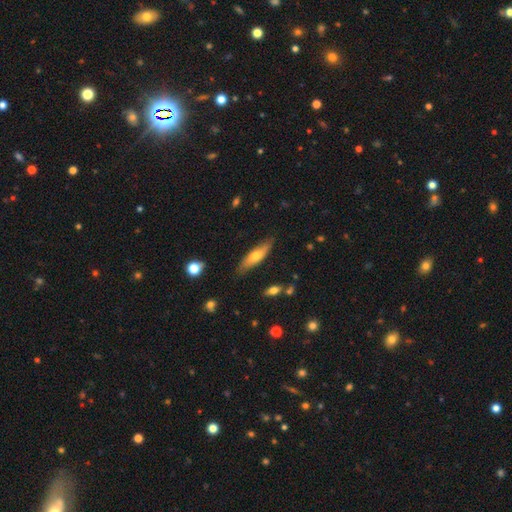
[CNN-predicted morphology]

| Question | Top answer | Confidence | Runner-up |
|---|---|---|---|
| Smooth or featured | smooth | 60% | featured or disk (33%) |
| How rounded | cigar-shaped | 58% | in between (40%) |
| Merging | none | 80% | minor disturbance (16%) |